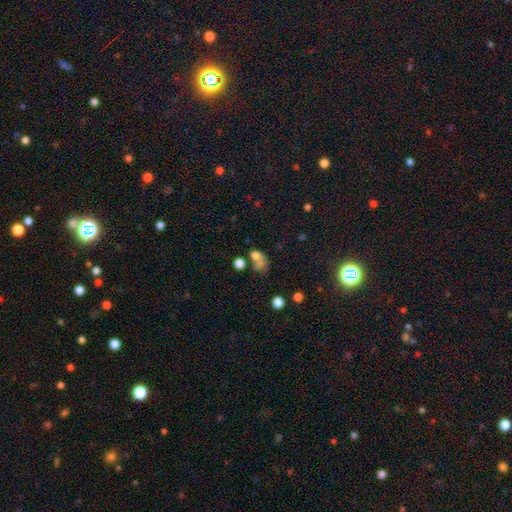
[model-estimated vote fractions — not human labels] Smooth or featured? Predicted: smooth (p=0.70). How rounded? Predicted: in between (p=0.54). Merging? Predicted: merger (p=0.49).